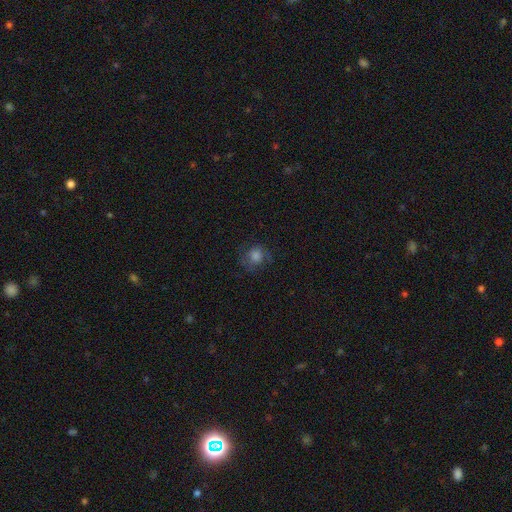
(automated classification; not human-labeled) Q: Smooth or featured?
A: smooth (58%); runner-up: featured or disk (25%)
Q: How rounded?
A: round (81%); runner-up: in between (18%)
Q: Merging?
A: none (71%); runner-up: minor disturbance (17%)